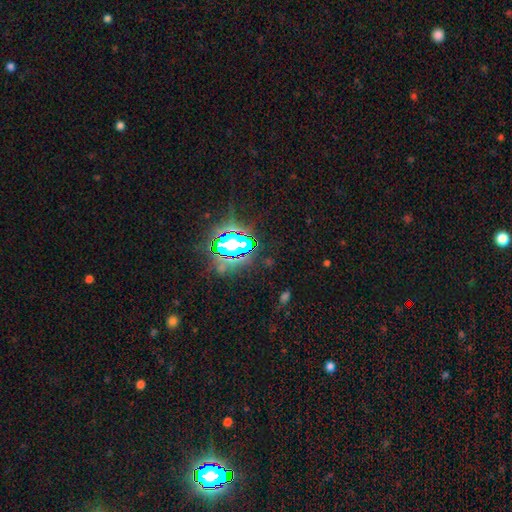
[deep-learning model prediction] The model was most divided on "smooth or featured": star or artifact: 82%, smooth: 11%, featured or disk: 7%.